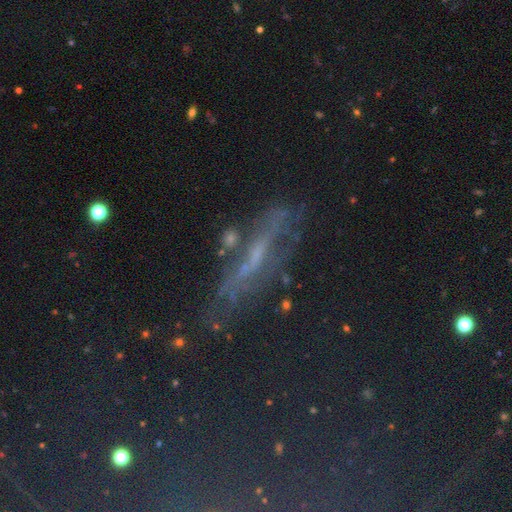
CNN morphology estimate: smooth_or_featured: featured or disk (p=0.39) [alt: star or artifact p=0.35]
merging: none (p=0.63) [alt: minor disturbance p=0.20]